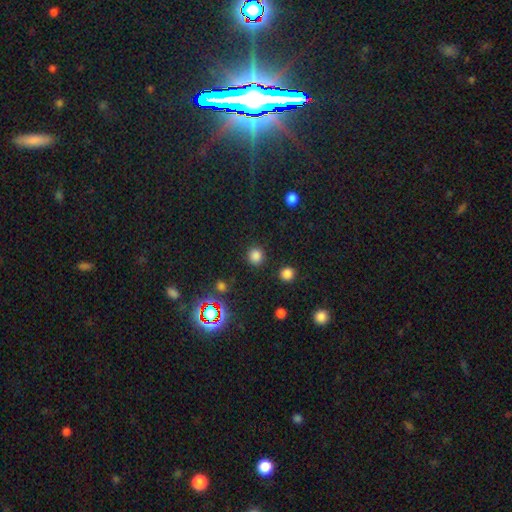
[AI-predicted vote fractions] This is likely a smooth galaxy (79%). How rounded: clearly round (90%). Merging: clearly none (88%).